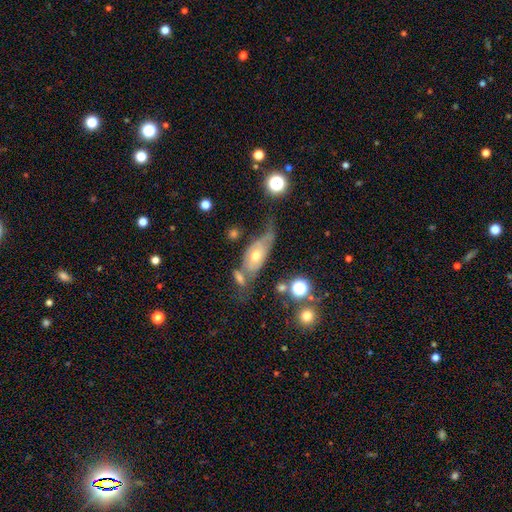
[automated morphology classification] type=featured or disk (51%); edge-on=no (73%); merging=none (31%).